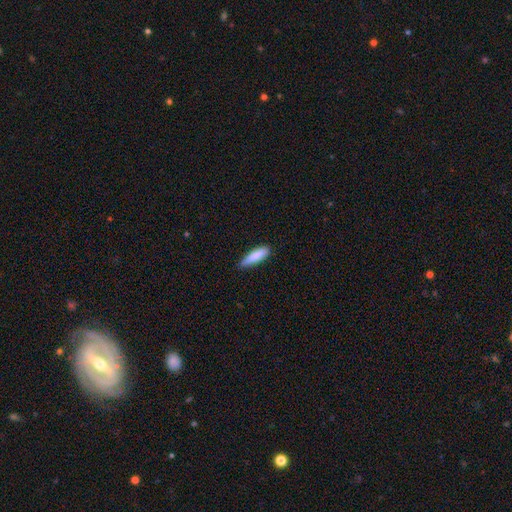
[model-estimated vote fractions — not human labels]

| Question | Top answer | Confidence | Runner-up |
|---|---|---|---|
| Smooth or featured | smooth | 85% | featured or disk (10%) |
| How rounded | cigar-shaped | 69% | in between (29%) |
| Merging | none | 77% | minor disturbance (20%) |